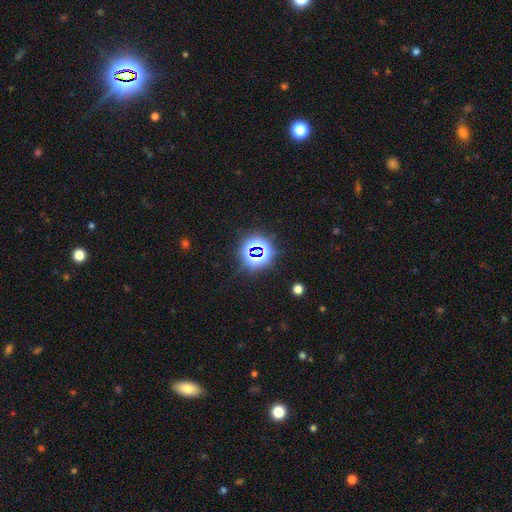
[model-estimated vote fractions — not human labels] This is likely a star or artifact rather than a galaxy (75%).